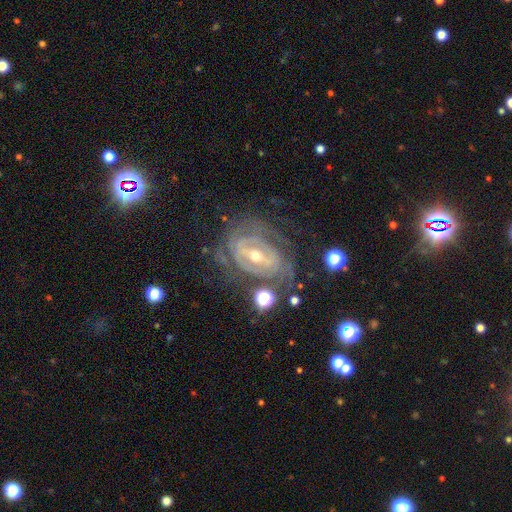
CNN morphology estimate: smooth_or_featured: featured or disk (p=0.84) [alt: star or artifact p=0.08]
disk_edge_on: no (p=0.94) [alt: yes p=0.06]
bar: strong (p=0.40) [alt: weak p=0.38]
has_spiral_arms: yes (p=0.84) [alt: no p=0.16]
spiral_winding: tight (p=0.66) [alt: medium p=0.25]
spiral_arm_count: can't tell (p=0.45) [alt: 2 p=0.25]
bulge_size: small (p=0.49) [alt: moderate p=0.47]
merging: none (p=0.64) [alt: minor disturbance p=0.18]